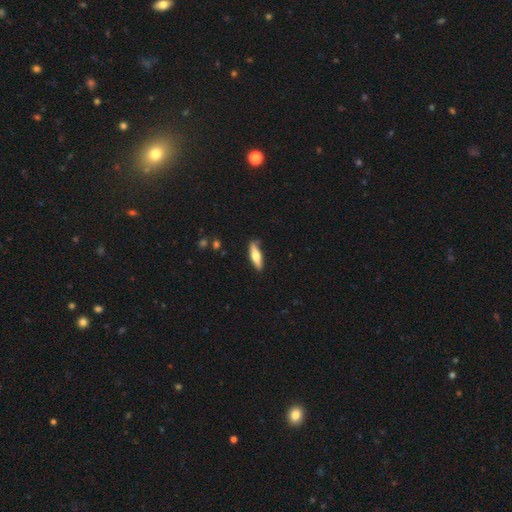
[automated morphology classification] The model was most divided on "how rounded": cigar-shaped: 61%, in between: 37%, round: 2%. More confident: merging — none (83%); smooth or featured — smooth (60%).